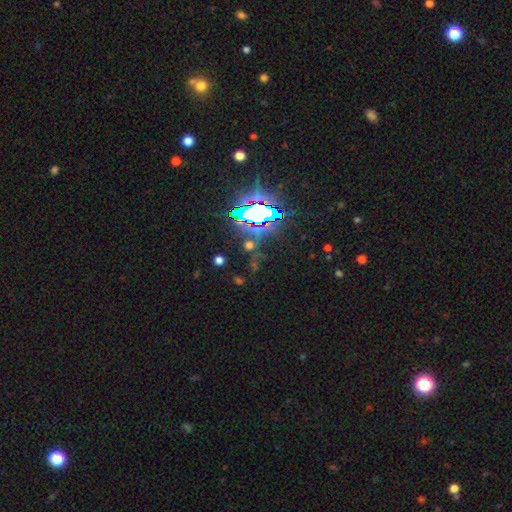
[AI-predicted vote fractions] smooth_or_featured: star or artifact (p=0.84) [alt: smooth p=0.08]